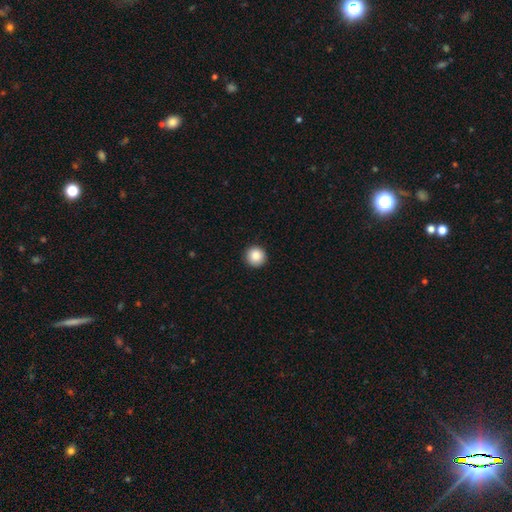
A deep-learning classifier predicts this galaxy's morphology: Smooth or featured?
  - smooth: 87% *
  - star or artifact: 9%
  - featured or disk: 4%
How rounded?
  - round: 96% *
  - in between: 3%
  - cigar-shaped: 1%
Merging?
  - none: 92% *
  - minor disturbance: 5%
  - major disturbance: 2%
  - merger: 1%